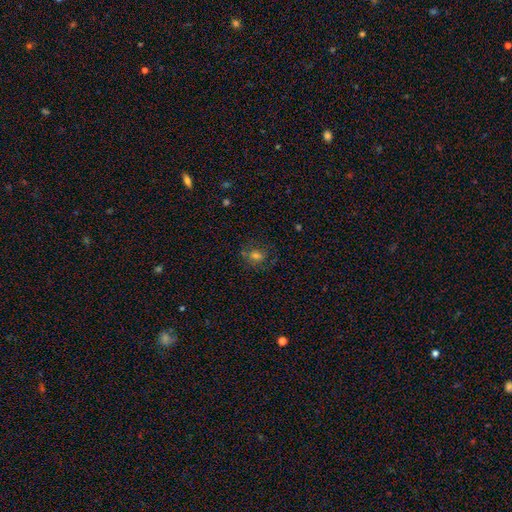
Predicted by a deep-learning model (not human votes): Smooth or featured: smooth — 51% (star or artifact — 25%)
How rounded: round — 55% (in between — 43%)
Merging: none — 69% (minor disturbance — 17%)